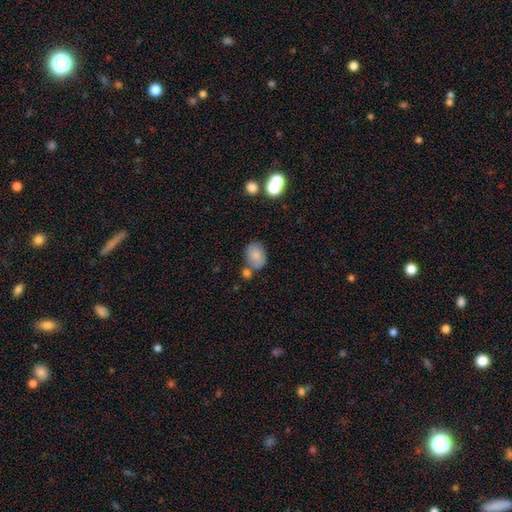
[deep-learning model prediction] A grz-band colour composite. It shows a smooth galaxy with no disk features (82%) that is in between round and cigar-shaped (68%). Merging: none (61%).